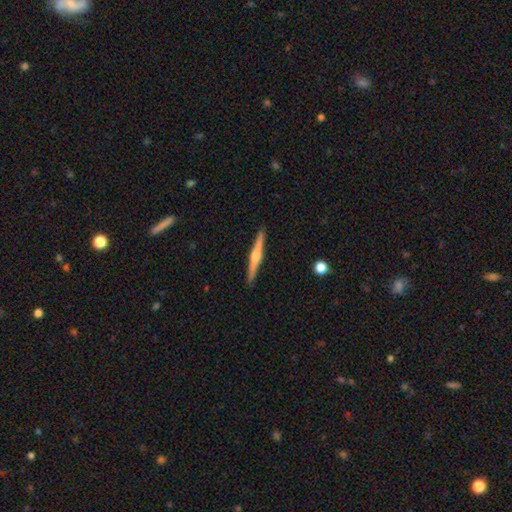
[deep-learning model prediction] Smooth or featured? featured or disk (67%)
Edge-on disk? yes (98%)
Edge-on bulge? rounded (83%)
Merging? none (92%)